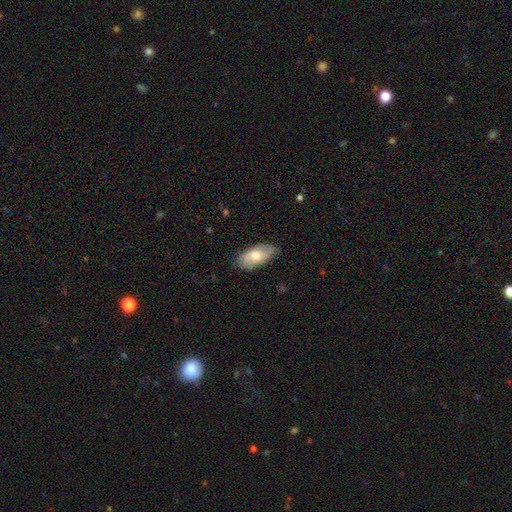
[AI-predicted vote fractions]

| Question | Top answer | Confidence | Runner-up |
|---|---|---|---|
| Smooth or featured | smooth | 61% | featured or disk (34%) |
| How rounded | in between | 91% | cigar-shaped (5%) |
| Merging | none | 78% | minor disturbance (17%) |